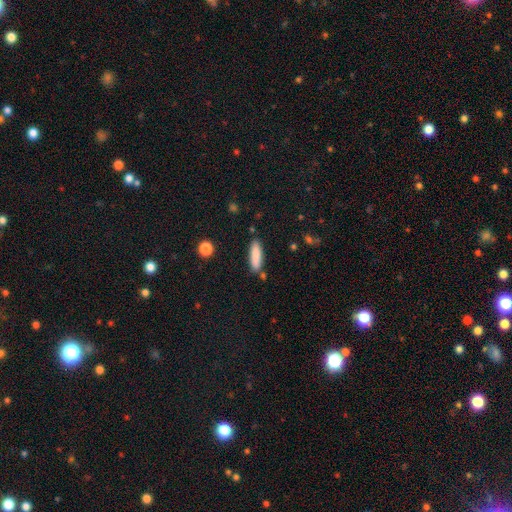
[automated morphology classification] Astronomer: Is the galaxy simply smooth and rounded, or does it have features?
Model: smooth — 85%.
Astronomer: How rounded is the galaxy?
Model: cigar-shaped — 70%.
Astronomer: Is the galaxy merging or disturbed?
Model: none — 83%.